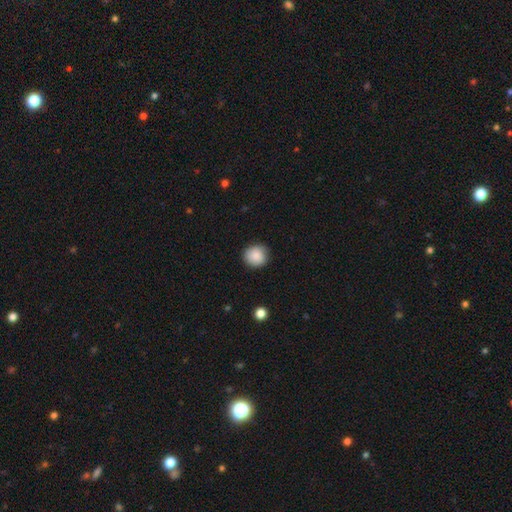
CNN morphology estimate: Smooth or featured?
  - smooth: 87% *
  - star or artifact: 8%
  - featured or disk: 5%
How rounded?
  - round: 88% *
  - in between: 11%
  - cigar-shaped: 1%
Merging?
  - none: 87% *
  - minor disturbance: 10%
  - major disturbance: 2%
  - merger: 1%